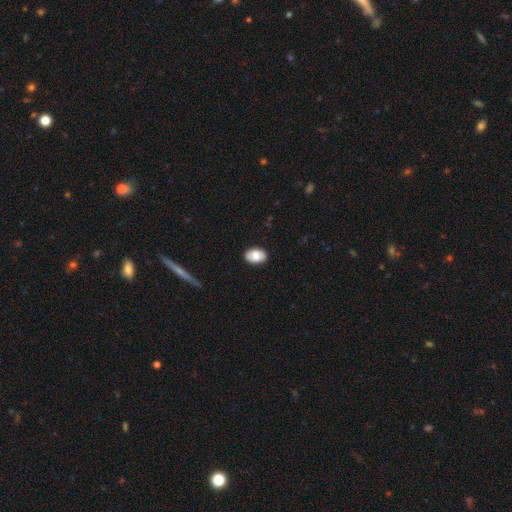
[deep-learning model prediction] Q: Smooth or featured?
A: smooth (82%); runner-up: featured or disk (11%)
Q: How rounded?
A: in between (87%); runner-up: round (12%)
Q: Merging?
A: none (86%); runner-up: minor disturbance (10%)